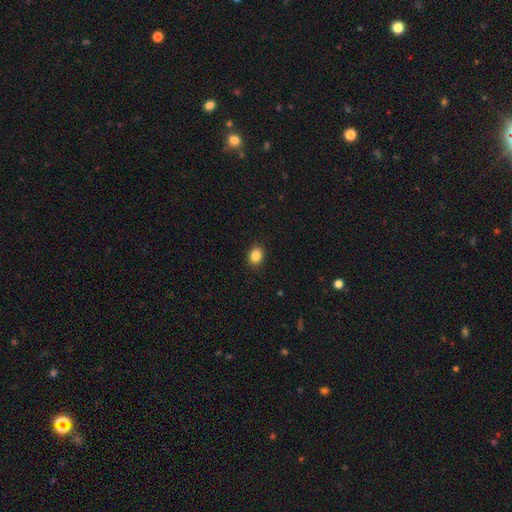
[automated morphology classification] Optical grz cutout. It shows a smooth galaxy with no disk features (85%) that is in between round and cigar-shaped (50%). Merging: none (90%).